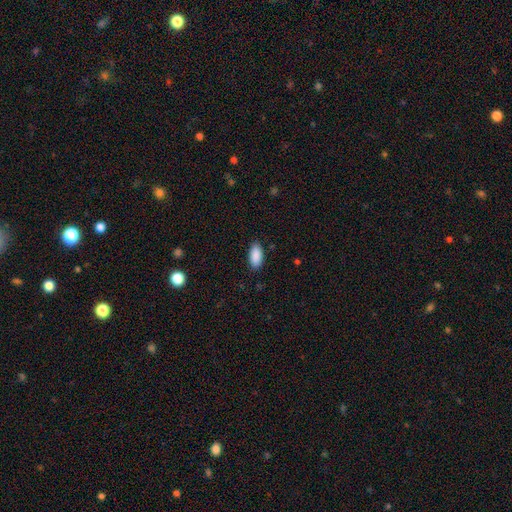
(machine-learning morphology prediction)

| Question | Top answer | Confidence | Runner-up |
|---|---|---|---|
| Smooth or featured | smooth | 90% | star or artifact (7%) |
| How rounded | in between | 92% | cigar-shaped (6%) |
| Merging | none | 87% | minor disturbance (10%) |